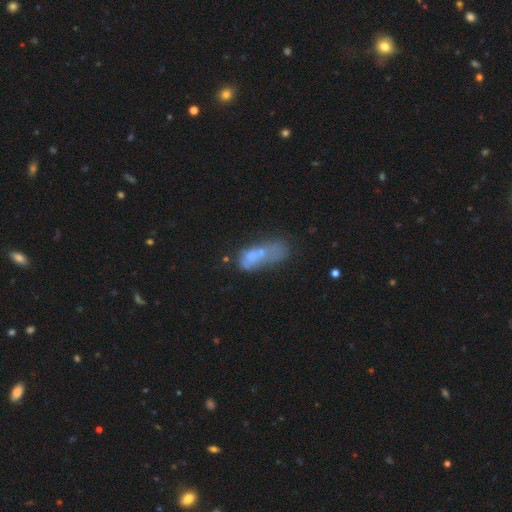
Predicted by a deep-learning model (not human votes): Overall: smooth (53%; featured or disk 34%). How rounded: in between (69%). Merging: merger (34%; major disturbance 27%).